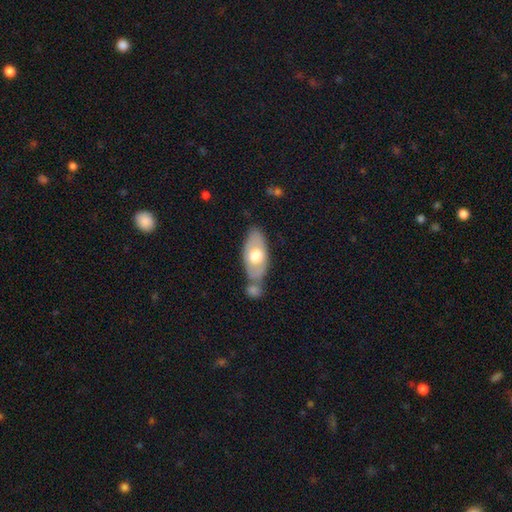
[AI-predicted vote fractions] Overall: smooth (56%; featured or disk 38%). How rounded: in between (89%). Merging: none (57%; merger 22%).